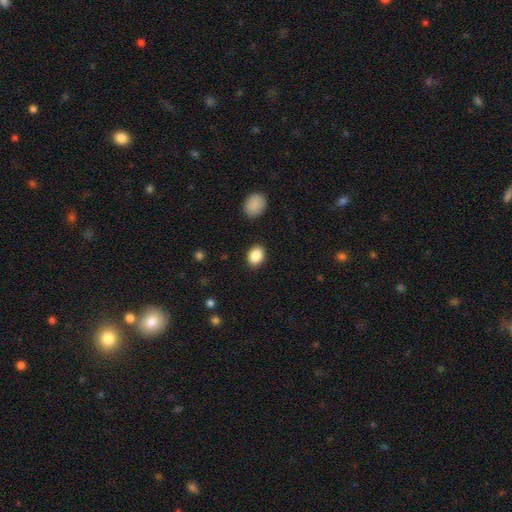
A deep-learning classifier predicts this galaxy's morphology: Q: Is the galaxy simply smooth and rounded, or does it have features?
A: smooth — 88%.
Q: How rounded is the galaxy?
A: in between — 73%.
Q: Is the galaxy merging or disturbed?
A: none — 88%.